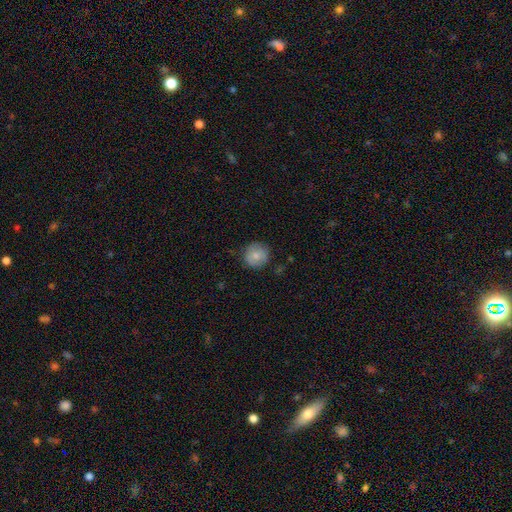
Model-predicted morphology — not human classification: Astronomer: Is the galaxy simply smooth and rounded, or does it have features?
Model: smooth — 78%.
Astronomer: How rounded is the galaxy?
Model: round — 93%.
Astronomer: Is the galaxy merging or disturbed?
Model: none — 83%.